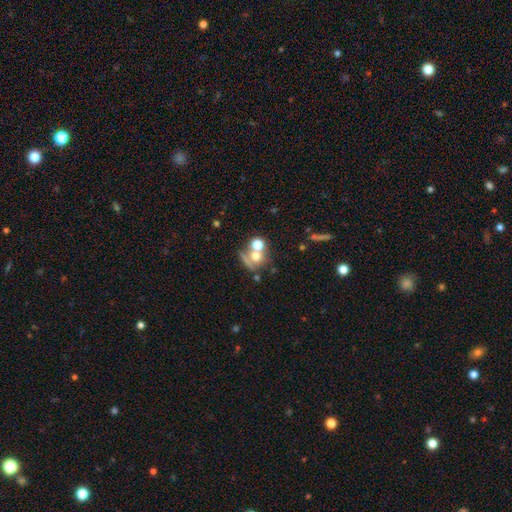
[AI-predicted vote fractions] Q: Smooth or featured?
A: smooth (60%); runner-up: featured or disk (24%)
Q: How rounded?
A: round (74%); runner-up: in between (24%)
Q: Merging?
A: merger (51%); runner-up: none (32%)